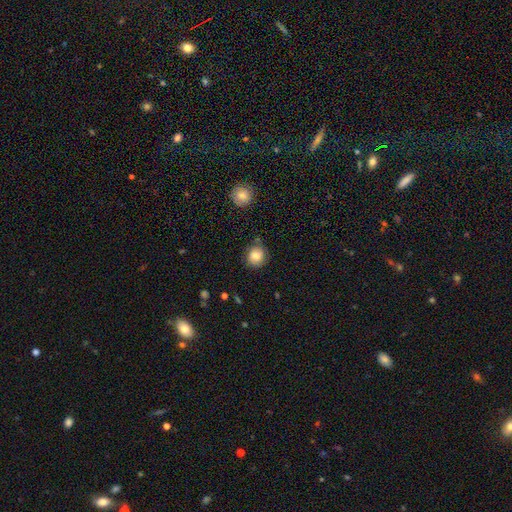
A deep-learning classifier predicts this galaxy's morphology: A smooth galaxy with no disk features (80%) that is round (80%). Merging: none (80%).